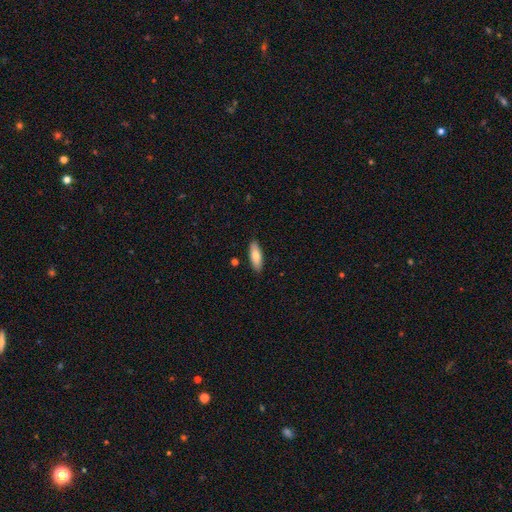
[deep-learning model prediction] smooth-or-featured: smooth: 78% | featured or disk: 16% | star or artifact: 6%
  how-rounded: in between: 65% | cigar-shaped: 33% | round: 2%
  merging: none: 88% | minor disturbance: 9% | major disturbance: 2% | merger: 2%